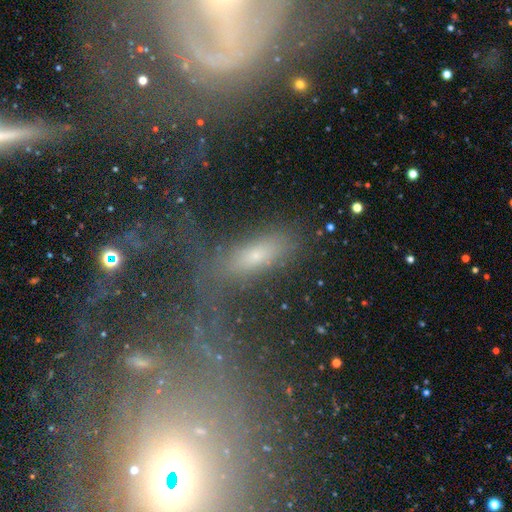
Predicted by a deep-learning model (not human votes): A smooth galaxy with no disk features (45%). Merging: none (63%).